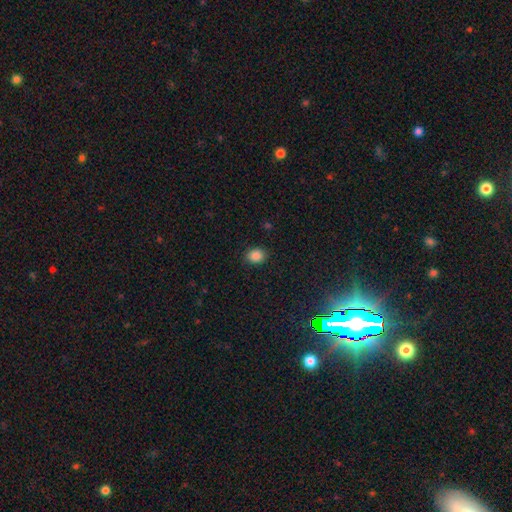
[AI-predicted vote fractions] smooth_or_featured: smooth (p=0.86) [alt: star or artifact p=0.10]
how_rounded: round (p=0.50) [alt: in between p=0.49]
merging: none (p=0.89) [alt: minor disturbance p=0.08]